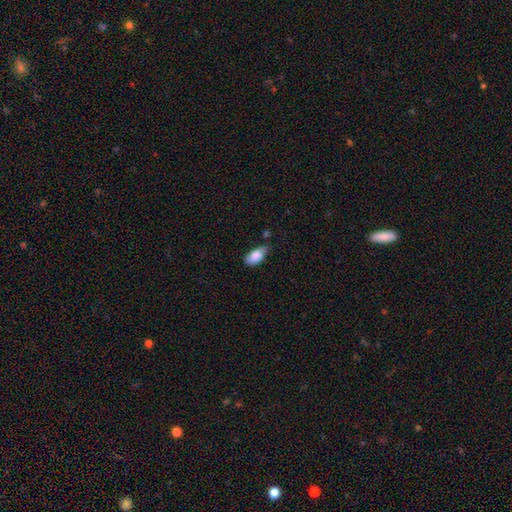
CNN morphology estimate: smooth-or-featured: smooth: 85% | featured or disk: 9% | star or artifact: 7%
  how-rounded: in between: 92% | cigar-shaped: 4% | round: 4%
  merging: none: 51% | minor disturbance: 38% | major disturbance: 7% | merger: 4%